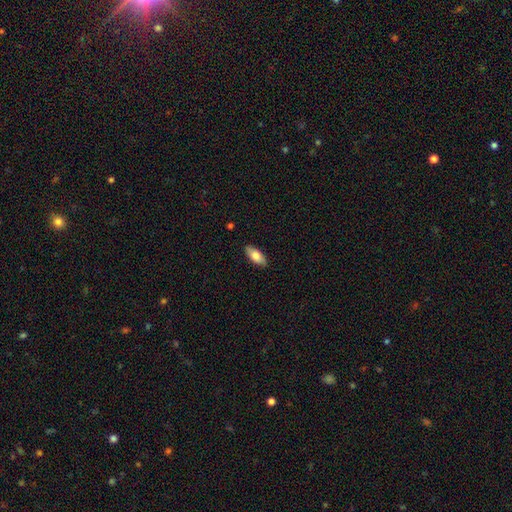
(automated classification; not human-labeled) Q: Smooth or featured?
A: smooth (78%); runner-up: featured or disk (16%)
Q: How rounded?
A: in between (84%); runner-up: cigar-shaped (14%)
Q: Merging?
A: none (88%); runner-up: minor disturbance (9%)